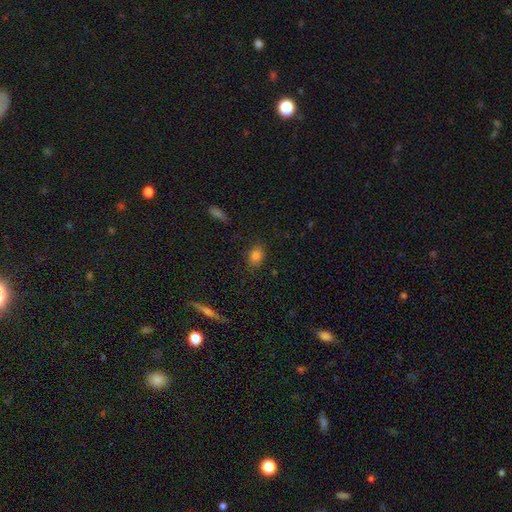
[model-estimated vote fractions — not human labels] A smooth galaxy with no disk features (80%) that is in between round and cigar-shaped (70%).

Vote fractions:
- Smooth or featured? smooth: 80% / star or artifact: 13% / featured or disk: 7%
- How rounded? in between: 70% / round: 27% / cigar-shaped: 3%
- Merging? none: 80% / minor disturbance: 14% / major disturbance: 4% / merger: 2%